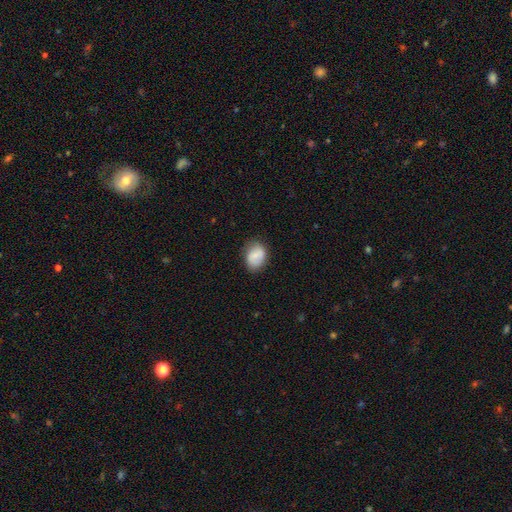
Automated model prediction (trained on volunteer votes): Q: Smooth or featured?
A: smooth (76%); runner-up: featured or disk (17%)
Q: How rounded?
A: in between (61%); runner-up: round (38%)
Q: Merging?
A: none (74%); runner-up: minor disturbance (19%)